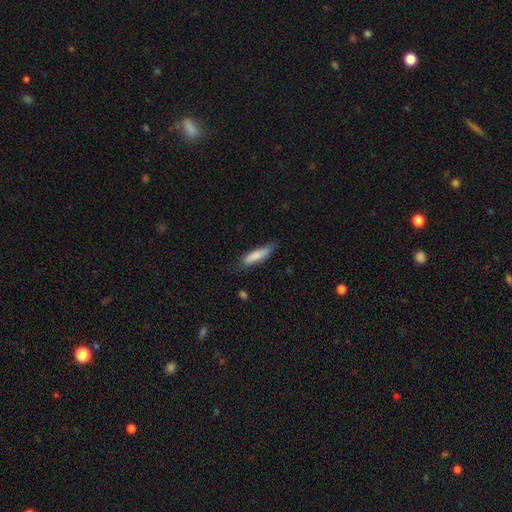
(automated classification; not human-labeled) Q: Smooth or featured?
A: smooth (78%); runner-up: featured or disk (17%)
Q: How rounded?
A: cigar-shaped (72%); runner-up: in between (27%)
Q: Merging?
A: none (68%); runner-up: minor disturbance (25%)